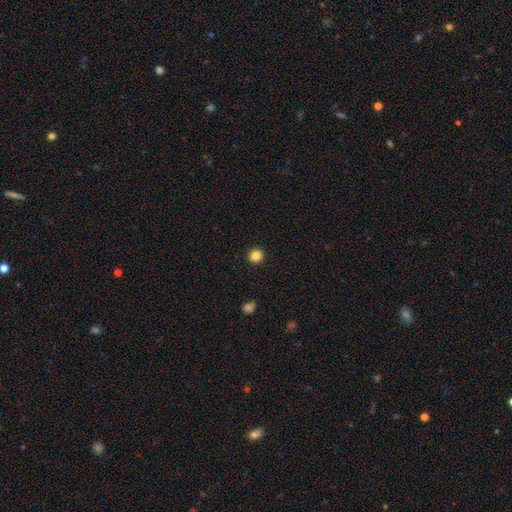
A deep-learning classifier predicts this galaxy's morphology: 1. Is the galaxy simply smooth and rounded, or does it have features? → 84% smooth, 11% star or artifact, 4% featured or disk.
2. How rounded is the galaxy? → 95% round, 4% in between, 1% cigar-shaped.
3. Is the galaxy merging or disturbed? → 94% none, 4% minor disturbance, 1% major disturbance, 1% merger.